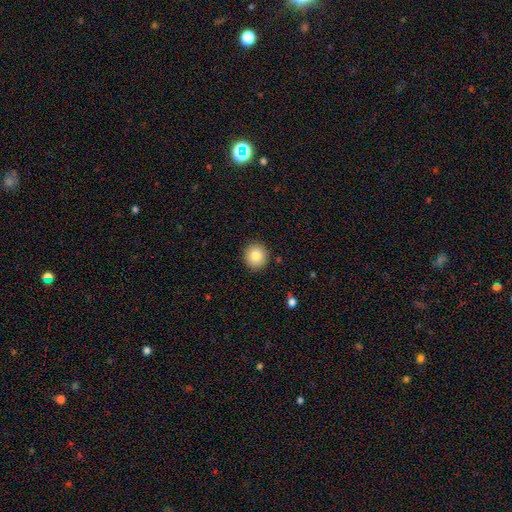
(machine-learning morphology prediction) smooth 83%, star or artifact 9%, featured or disk 8%. Down the decision tree: how rounded — round (92%); merging — none (91%).